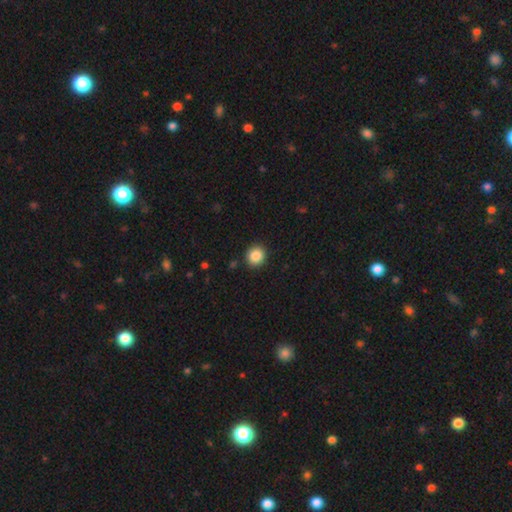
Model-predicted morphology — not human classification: smooth_or_featured: smooth (p=0.87) [alt: star or artifact p=0.09]
how_rounded: round (p=0.87) [alt: in between p=0.13]
merging: none (p=0.91) [alt: minor disturbance p=0.06]